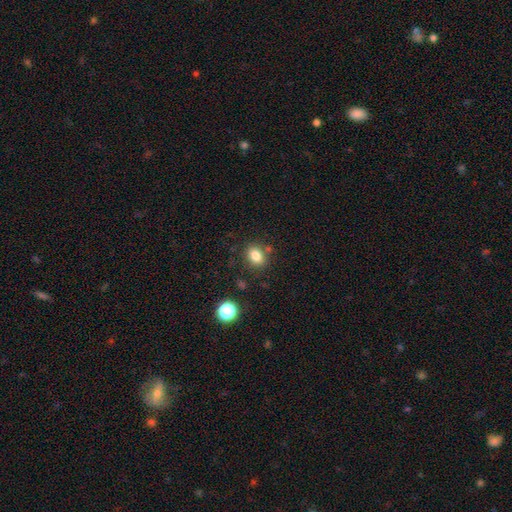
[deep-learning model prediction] Q: Smooth or featured?
A: smooth (82%); runner-up: star or artifact (12%)
Q: How rounded?
A: in between (55%); runner-up: round (44%)
Q: Merging?
A: none (79%); runner-up: minor disturbance (11%)